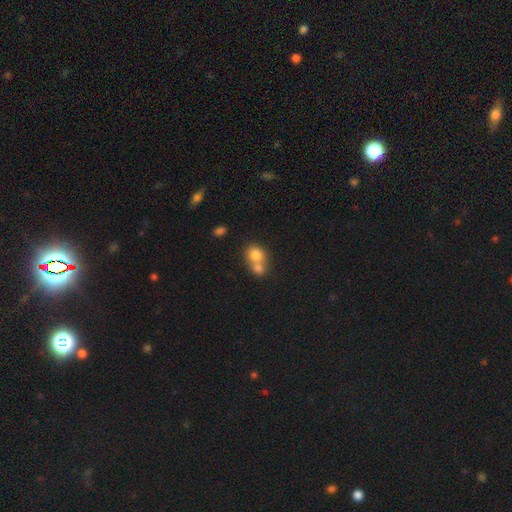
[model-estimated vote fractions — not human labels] smooth_or_featured: smooth (p=0.77) [alt: featured or disk p=0.13]
how_rounded: round (p=0.66) [alt: in between p=0.33]
merging: merger (p=0.64) [alt: none p=0.28]